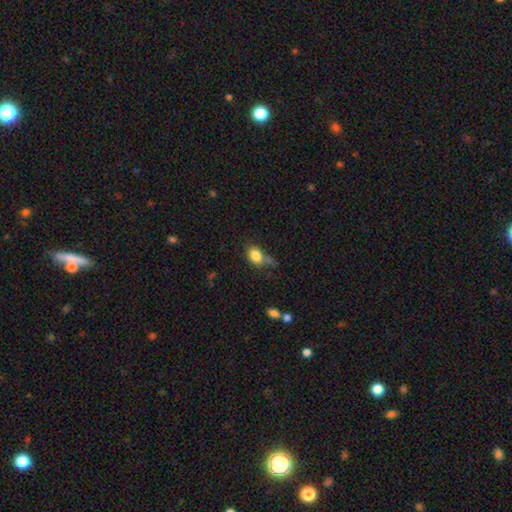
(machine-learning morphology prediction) A smooth galaxy with no disk features (83%) that is in between round and cigar-shaped (75%).

Vote fractions:
- Smooth or featured? smooth: 83% / star or artifact: 9% / featured or disk: 7%
- How rounded? in between: 75% / round: 23% / cigar-shaped: 2%
- Merging? none: 52% / minor disturbance: 24% / merger: 14% / major disturbance: 10%